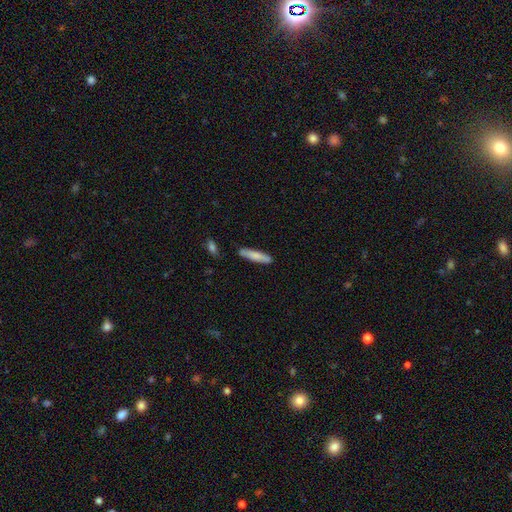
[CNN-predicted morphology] Q: Smooth or featured?
A: smooth (78%); runner-up: featured or disk (16%)
Q: How rounded?
A: cigar-shaped (85%); runner-up: in between (13%)
Q: Merging?
A: none (85%); runner-up: minor disturbance (10%)